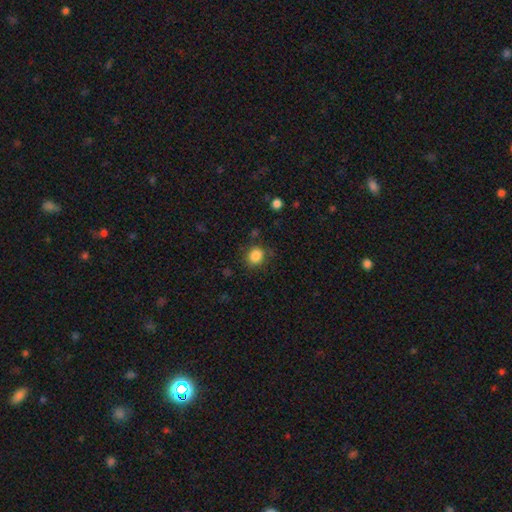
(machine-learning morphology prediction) The model was most divided on "how rounded": round: 71%, in between: 28%, cigar-shaped: 1%. More confident: smooth or featured — smooth (86%); merging — none (81%).